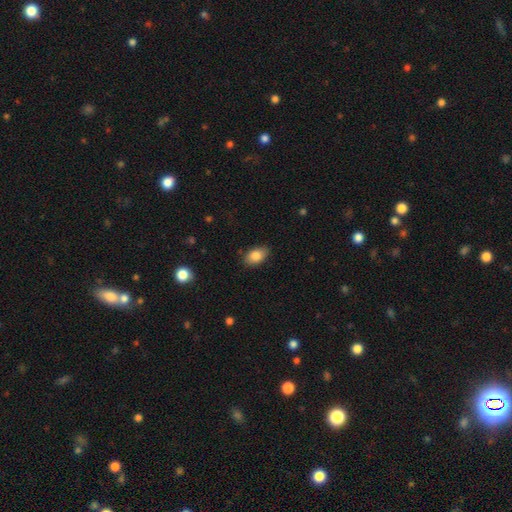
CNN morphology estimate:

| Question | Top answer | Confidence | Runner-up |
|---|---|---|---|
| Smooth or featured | smooth | 84% | featured or disk (8%) |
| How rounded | in between | 89% | round (9%) |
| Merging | none | 84% | minor disturbance (12%) |